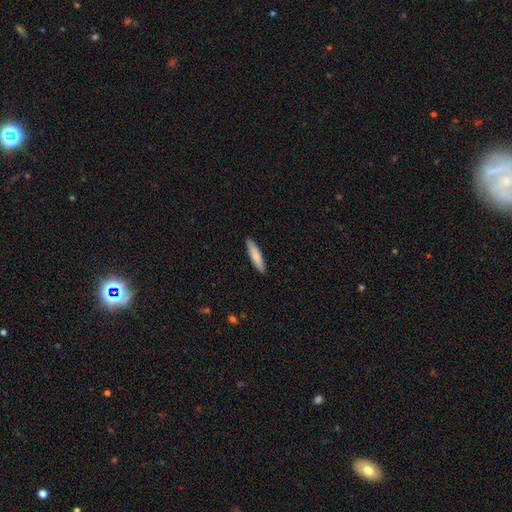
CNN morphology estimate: Smooth or featured? Predicted: smooth (p=0.83). How rounded? Predicted: cigar-shaped (p=0.81). Merging? Predicted: none (p=0.90).